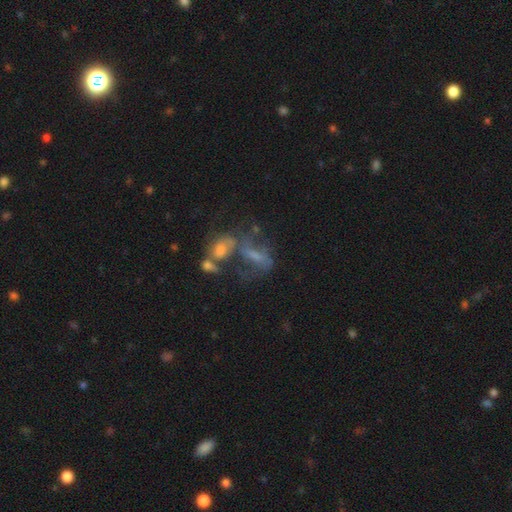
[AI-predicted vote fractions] Morphology: type=featured or disk (48%); merging=merger (41%).